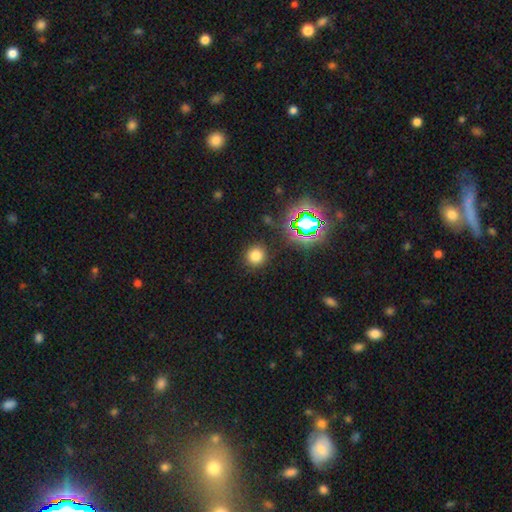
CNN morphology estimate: Q: Smooth or featured?
A: smooth (75%); runner-up: star or artifact (19%)
Q: How rounded?
A: round (92%); runner-up: in between (7%)
Q: Merging?
A: none (89%); runner-up: minor disturbance (7%)